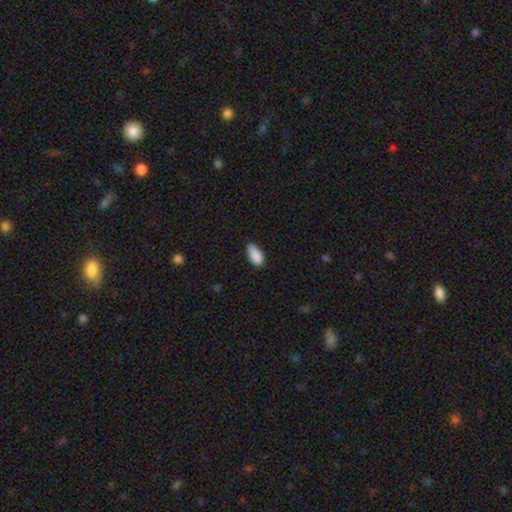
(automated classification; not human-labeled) This is clearly a smooth galaxy (88%). How rounded: clearly in between (90%). Merging: likely none (61%).